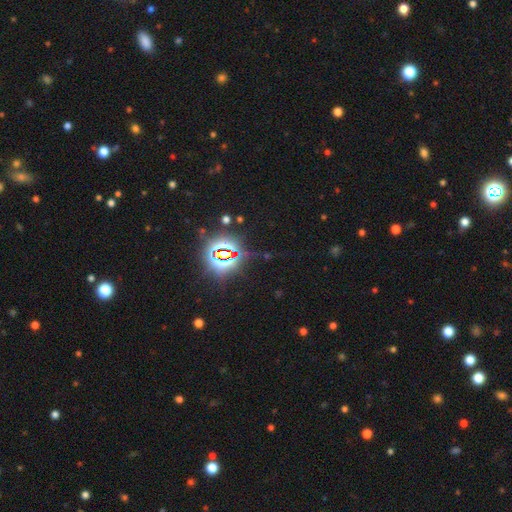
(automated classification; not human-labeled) This appears to be a star or artifact, not a galaxy (83%).